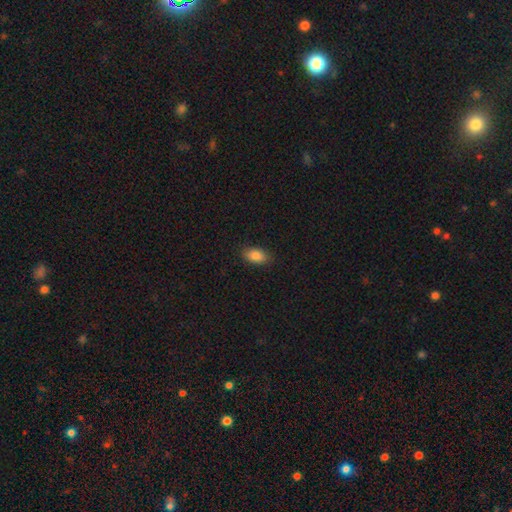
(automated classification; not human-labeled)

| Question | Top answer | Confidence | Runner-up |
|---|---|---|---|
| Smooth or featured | smooth | 87% | star or artifact (8%) |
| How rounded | in between | 91% | round (7%) |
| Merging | none | 88% | minor disturbance (9%) |